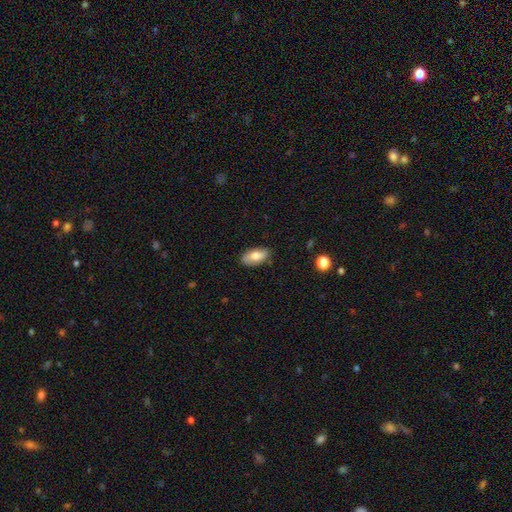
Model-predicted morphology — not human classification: type=smooth (73%); roundness=in between (92%); merging=none (84%).